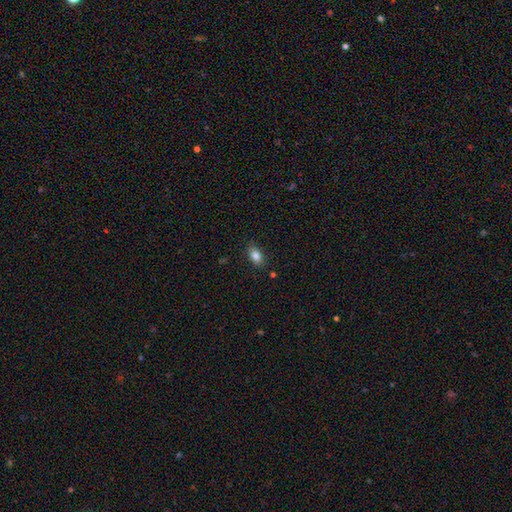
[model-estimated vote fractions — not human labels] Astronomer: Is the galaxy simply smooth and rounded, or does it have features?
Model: smooth — 83%.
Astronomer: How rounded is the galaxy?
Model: in between — 87%.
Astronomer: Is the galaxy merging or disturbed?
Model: none — 85%.